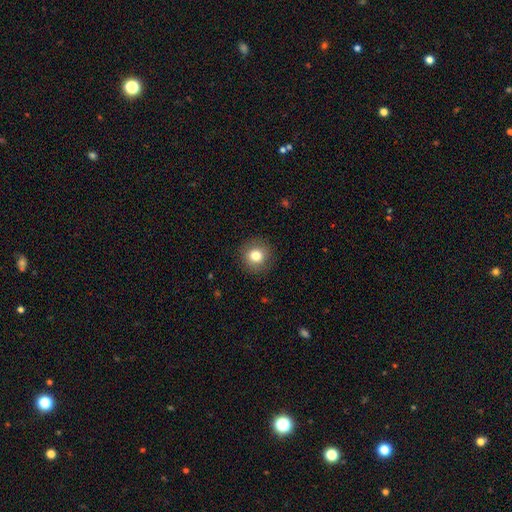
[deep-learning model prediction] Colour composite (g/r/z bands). It shows a smooth galaxy with no disk features (80%) that is round (91%). Merging: none (90%).